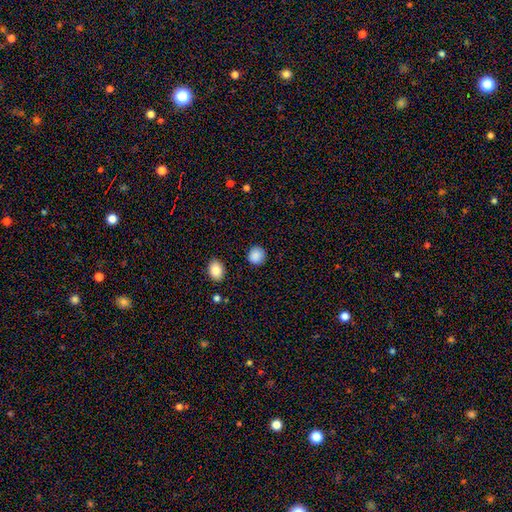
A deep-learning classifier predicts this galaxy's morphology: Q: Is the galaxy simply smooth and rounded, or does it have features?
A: smooth — 88%.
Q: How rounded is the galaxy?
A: round — 90%.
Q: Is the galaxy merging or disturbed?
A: none — 89%.